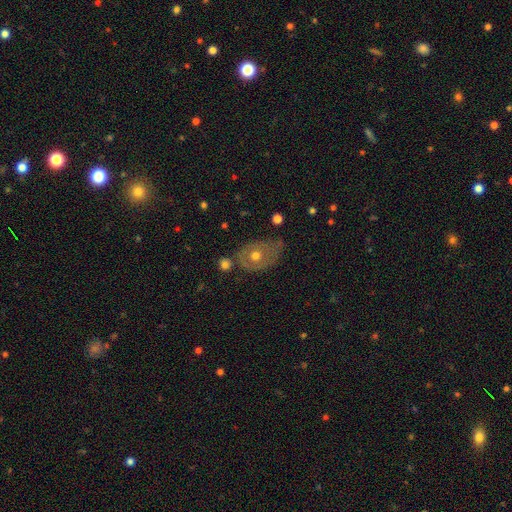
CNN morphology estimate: smooth_or_featured: featured or disk (p=0.49) [alt: smooth p=0.43]
merging: none (p=0.47) [alt: minor disturbance p=0.30]